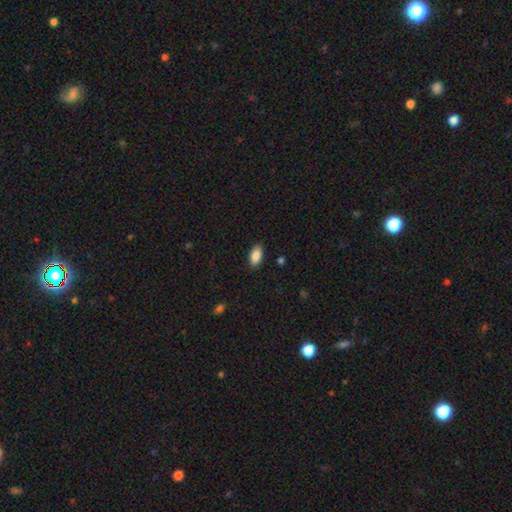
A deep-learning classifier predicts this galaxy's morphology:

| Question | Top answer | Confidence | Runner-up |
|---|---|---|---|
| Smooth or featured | smooth | 88% | star or artifact (7%) |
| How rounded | in between | 92% | cigar-shaped (4%) |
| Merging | none | 88% | minor disturbance (9%) |